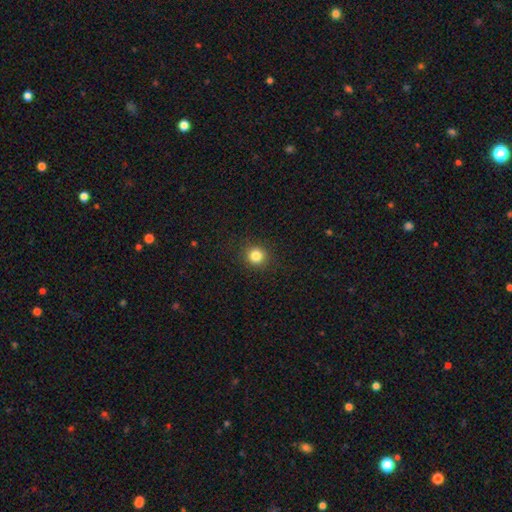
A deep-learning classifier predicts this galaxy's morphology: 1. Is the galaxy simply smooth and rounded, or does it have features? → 83% smooth, 12% star or artifact, 5% featured or disk.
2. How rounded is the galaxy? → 90% round, 9% in between, 1% cigar-shaped.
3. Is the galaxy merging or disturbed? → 91% none, 6% minor disturbance, 2% major disturbance, 1% merger.